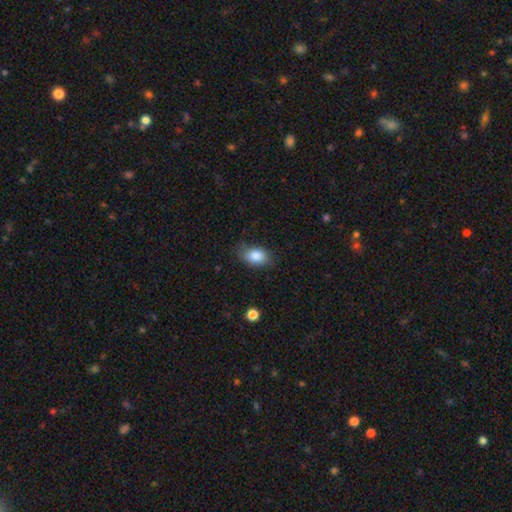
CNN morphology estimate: smooth-or-featured: smooth: 85% | star or artifact: 8% | featured or disk: 7%
  how-rounded: in between: 84% | round: 14% | cigar-shaped: 1%
  merging: none: 74% | minor disturbance: 20% | major disturbance: 5% | merger: 1%